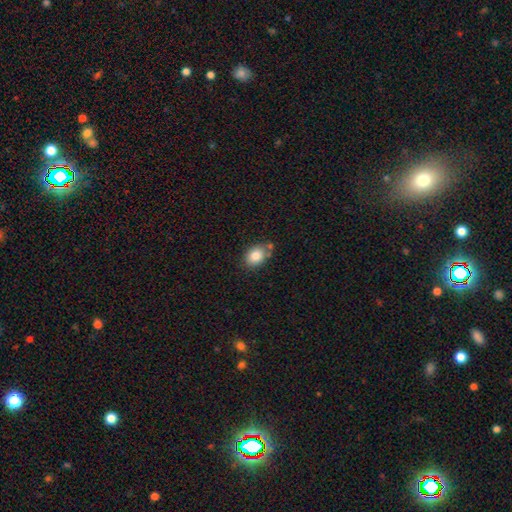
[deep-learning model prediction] A smooth galaxy with no disk features (83%) that is in between round and cigar-shaped (61%). Merging: none (64%).